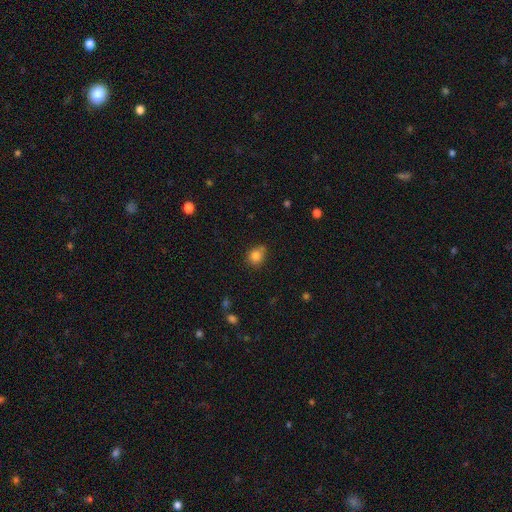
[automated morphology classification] A smooth galaxy with no disk features (83%) that is round (79%).

Vote fractions:
- Smooth or featured? smooth: 83% / star or artifact: 11% / featured or disk: 6%
- How rounded? round: 79% / in between: 20% / cigar-shaped: 1%
- Merging? none: 68% / minor disturbance: 19% / merger: 10% / major disturbance: 4%